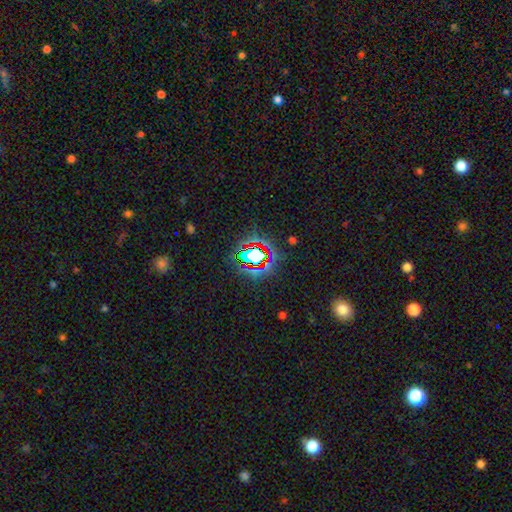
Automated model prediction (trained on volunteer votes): Smooth or featured?
  - star or artifact: 69% *
  - smooth: 18%
  - featured or disk: 13%